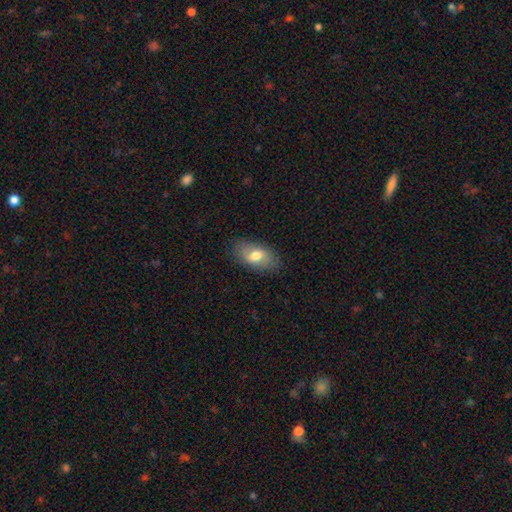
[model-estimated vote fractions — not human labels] Smooth or featured: smooth — 63% (featured or disk — 29%)
How rounded: in between — 90% (round — 7%)
Merging: none — 82% (minor disturbance — 14%)